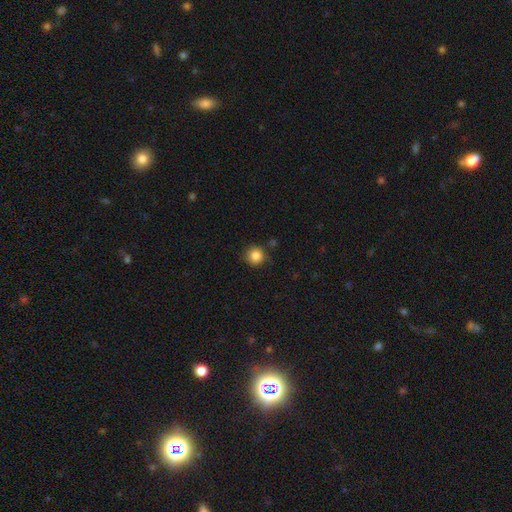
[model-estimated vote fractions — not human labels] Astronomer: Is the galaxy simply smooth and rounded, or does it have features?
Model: smooth — 85%.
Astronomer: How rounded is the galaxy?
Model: round — 94%.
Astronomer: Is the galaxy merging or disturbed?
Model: none — 83%.